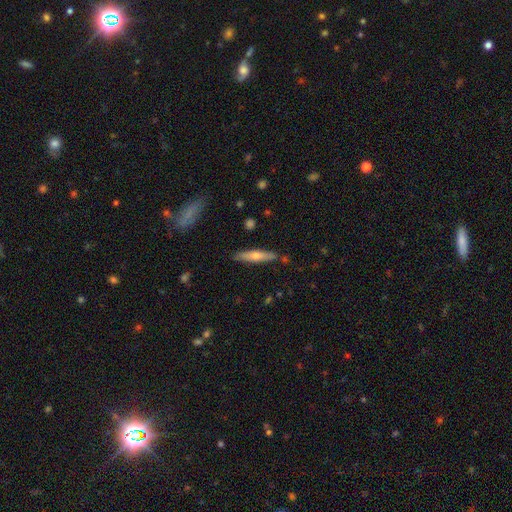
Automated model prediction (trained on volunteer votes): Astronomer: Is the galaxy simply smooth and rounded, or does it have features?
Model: smooth — 58% (runner-up: featured or disk, 36%).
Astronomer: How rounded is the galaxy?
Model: cigar-shaped — 85%.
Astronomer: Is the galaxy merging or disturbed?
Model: none — 84%.